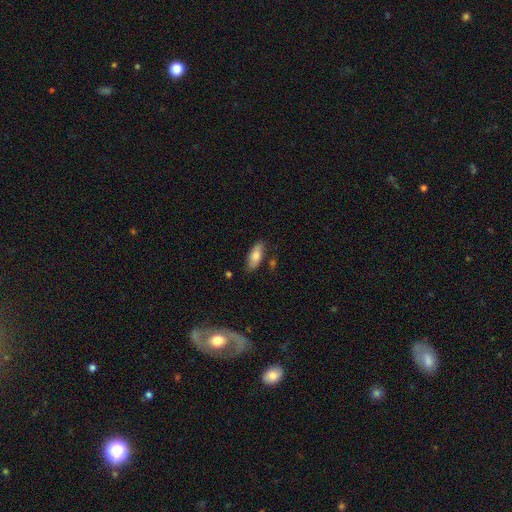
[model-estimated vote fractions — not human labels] Overall: smooth (76%). How rounded: in between (78%). Merging: none (77%).